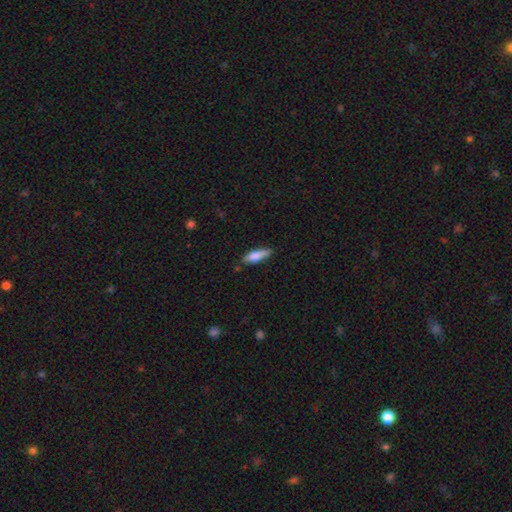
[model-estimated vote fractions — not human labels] smooth-or-featured: smooth: 78% | featured or disk: 16% | star or artifact: 6%
  how-rounded: cigar-shaped: 59% | in between: 39% | round: 2%
  merging: none: 74% | minor disturbance: 20% | major disturbance: 3% | merger: 2%